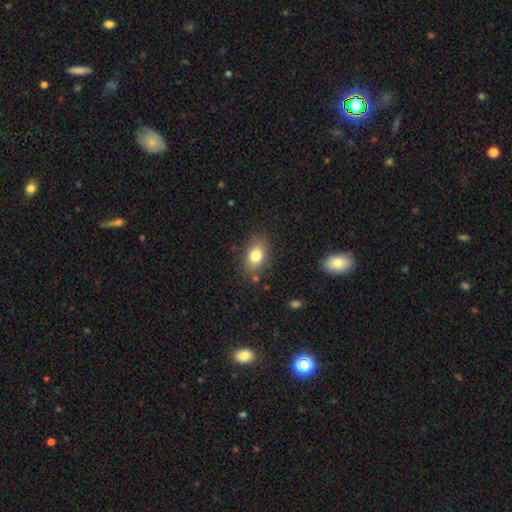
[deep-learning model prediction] Smooth or featured? Predicted: smooth (p=0.79). How rounded? Predicted: in between (p=0.78). Merging? Predicted: none (p=0.82).